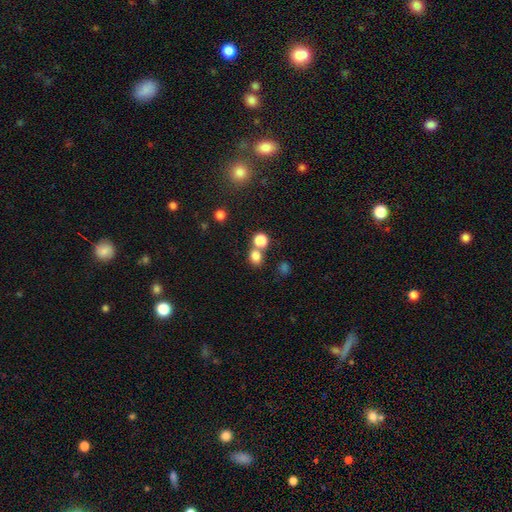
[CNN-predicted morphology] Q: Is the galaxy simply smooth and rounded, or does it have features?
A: smooth — 78%.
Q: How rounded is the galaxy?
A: round — 69%.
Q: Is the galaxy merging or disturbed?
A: none — 61%.